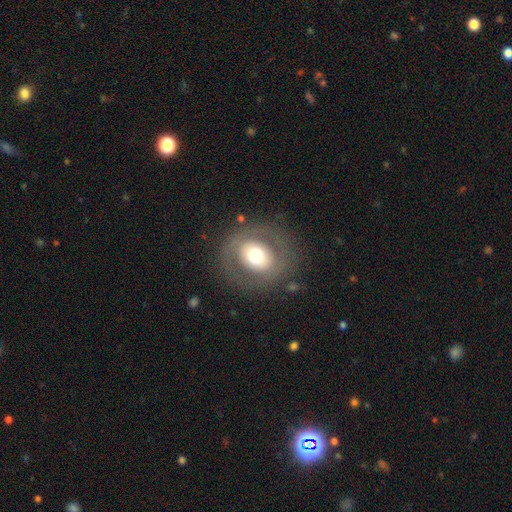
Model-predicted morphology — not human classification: Smooth or featured? smooth (51%)
How rounded? round (81%)
Merging? none (79%)